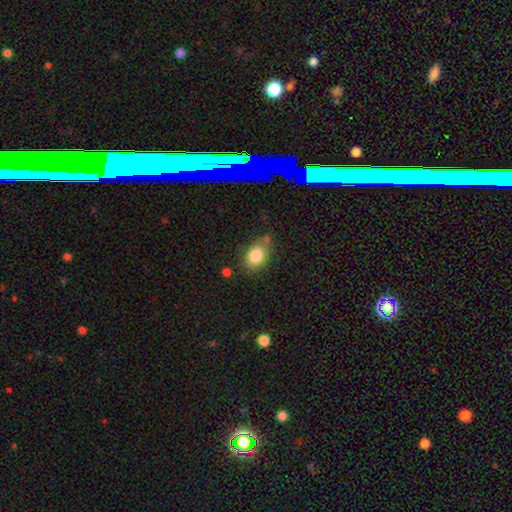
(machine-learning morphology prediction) The model was most divided on "how rounded": in between: 73%, round: 26%, cigar-shaped: 1%. More confident: smooth or featured — smooth (83%); merging — none (69%).